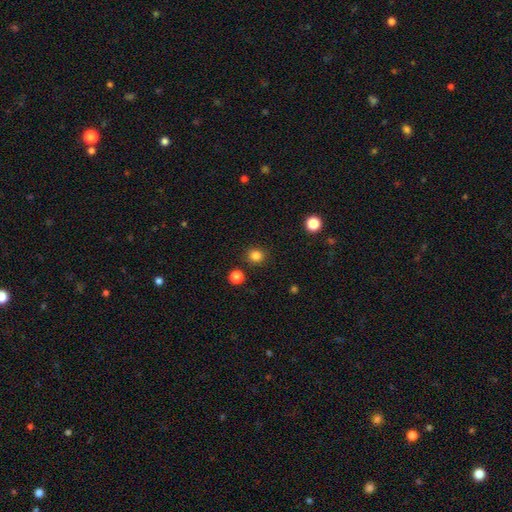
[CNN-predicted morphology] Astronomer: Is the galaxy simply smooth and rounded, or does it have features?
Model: smooth — 83%.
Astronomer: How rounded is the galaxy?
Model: round — 88%.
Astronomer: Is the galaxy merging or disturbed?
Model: none — 89%.